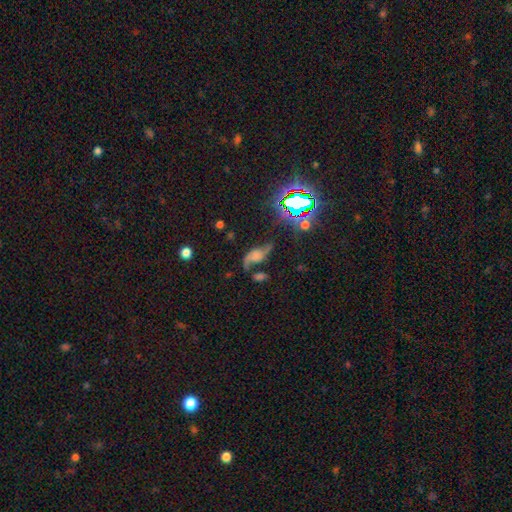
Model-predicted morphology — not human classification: Smooth or featured? featured or disk (62%)
Edge-on disk? no (93%)
Bar? no (68%)
Spiral arms? yes (88%)
Spiral winding? loose (84%)
Spiral arm count? 2 (84%)
Bulge size? none (50%)
Merging? none (45%)